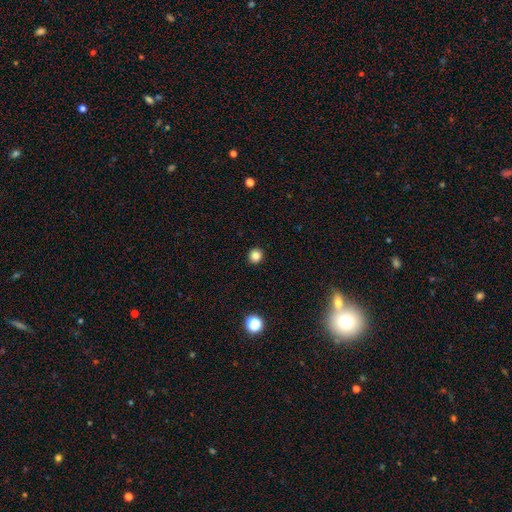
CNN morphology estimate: Overall: smooth (83%). How rounded: round (91%). Merging: none (93%).